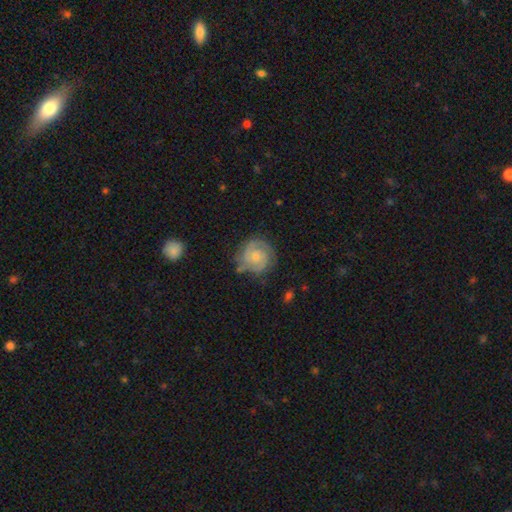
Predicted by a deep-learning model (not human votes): Smooth or featured?
  - featured or disk: 76% *
  - smooth: 17%
  - star or artifact: 7%
Edge-on disk?
  - no: 98% *
  - yes: 2%
Bar?
  - no: 71% *
  - weak: 26%
  - strong: 4%
Spiral arms?
  - yes: 95% *
  - no: 5%
Spiral winding?
  - tight: 65% *
  - medium: 29%
  - loose: 6%
Spiral arm count?
  - 2: 67% *
  - can't tell: 13%
  - 3: 12%
  - 1: 3%
  - 4: 2%
  - more than 4: 2%
Bulge size?
  - small: 54% *
  - moderate: 38%
  - none: 5%
  - large: 2%
  - dominant: 1%
Merging?
  - none: 78% *
  - minor disturbance: 16%
  - major disturbance: 5%
  - merger: 2%